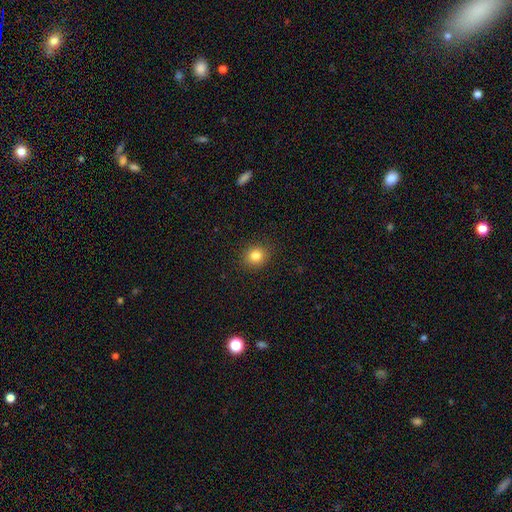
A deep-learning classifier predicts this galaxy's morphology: type=smooth (83%); roundness=round (79%); merging=none (90%).